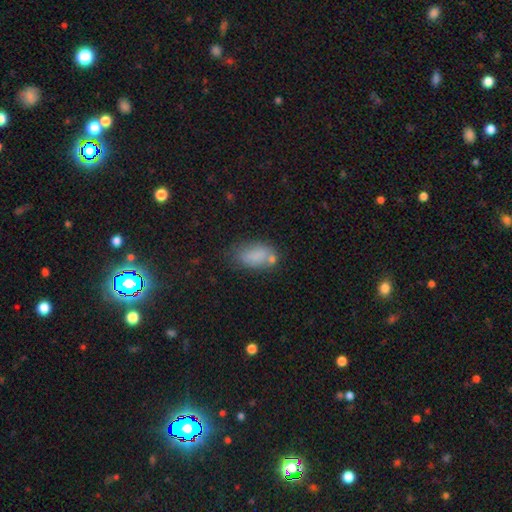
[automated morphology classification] Q: Smooth or featured?
A: smooth (79%); runner-up: featured or disk (11%)
Q: How rounded?
A: in between (90%); runner-up: round (6%)
Q: Merging?
A: none (51%); runner-up: minor disturbance (25%)